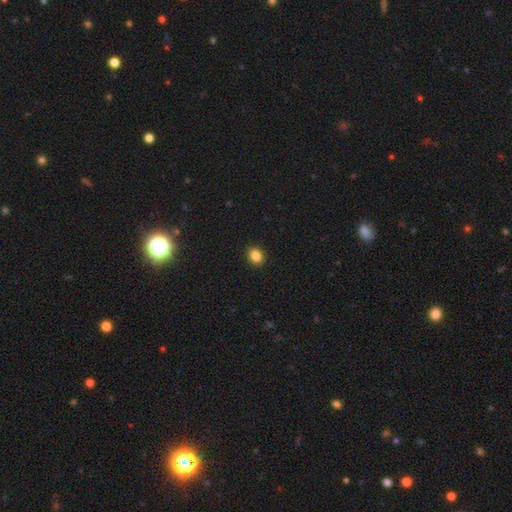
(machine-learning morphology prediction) smooth_or_featured: smooth (p=0.86) [alt: star or artifact p=0.10]
how_rounded: round (p=0.57) [alt: in between p=0.43]
merging: none (p=0.92) [alt: minor disturbance p=0.06]